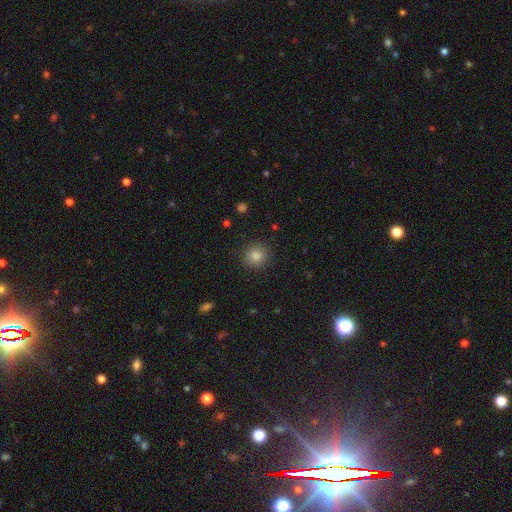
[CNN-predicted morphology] Smooth or featured? Predicted: smooth (p=0.82). How rounded? Predicted: round (p=0.92). Merging? Predicted: none (p=0.90).